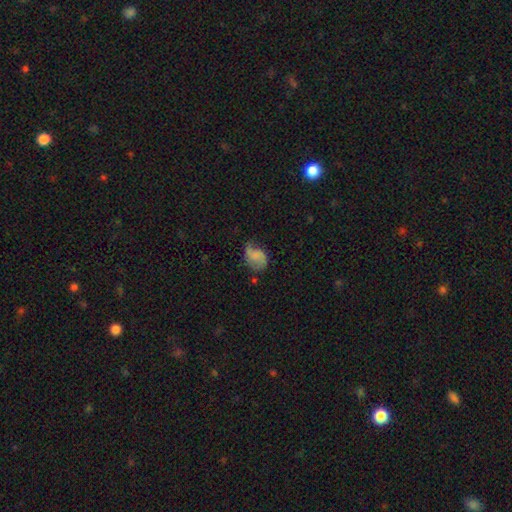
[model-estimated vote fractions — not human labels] smooth 46%, featured or disk 45%, star or artifact 10%. Down the decision tree: merging — none (50%).